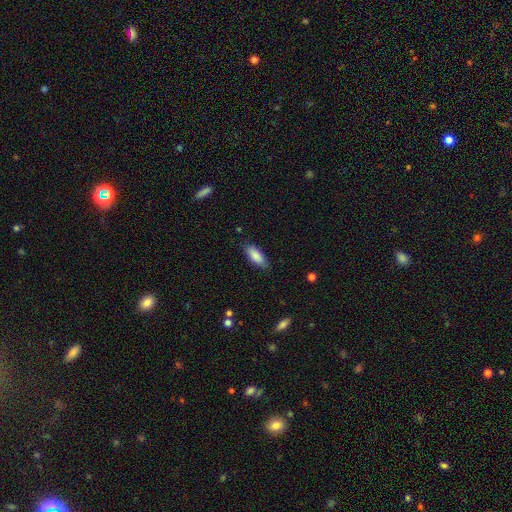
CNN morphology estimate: Smooth or featured?
  - smooth: 86% *
  - featured or disk: 8%
  - star or artifact: 6%
How rounded?
  - in between: 72% *
  - cigar-shaped: 26%
  - round: 2%
Merging?
  - none: 83% *
  - minor disturbance: 13%
  - major disturbance: 3%
  - merger: 1%